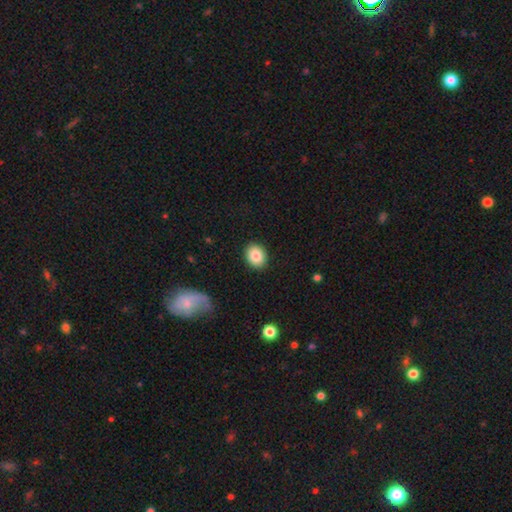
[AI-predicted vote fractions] A smooth galaxy with no disk features (85%) that is in between round and cigar-shaped (52%). Merging: none (90%).